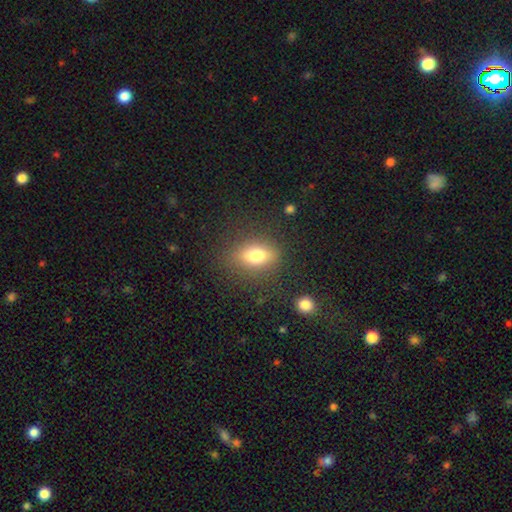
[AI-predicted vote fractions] smooth 71%, featured or disk 18%, star or artifact 11%. Down the decision tree: how rounded — in between (71%); merging — none (81%).